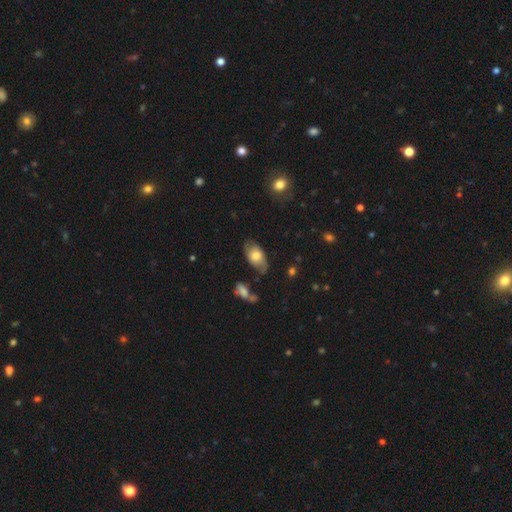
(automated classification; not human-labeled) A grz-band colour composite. It shows a smooth galaxy with no disk features (66%) that is in between round and cigar-shaped (93%). Merging: none (65%).